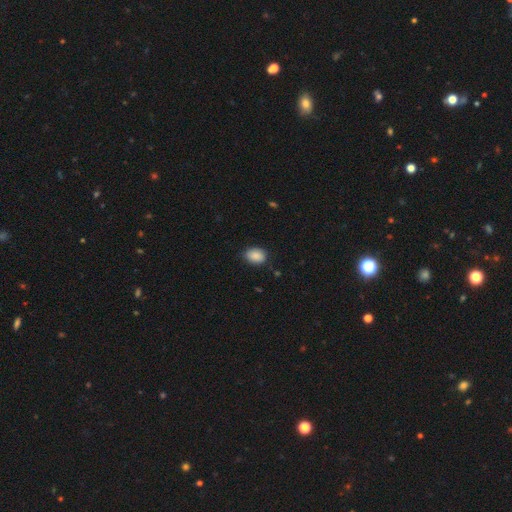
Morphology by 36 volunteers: smooth-or-featured: smooth: 92% | star or artifact: 6% | featured or disk: 3%
  how-rounded: in between: 76% | round: 24% | cigar-shaped: 0%
  merging: none: 85% | minor disturbance: 9% | major disturbance: 3% | merger: 3%